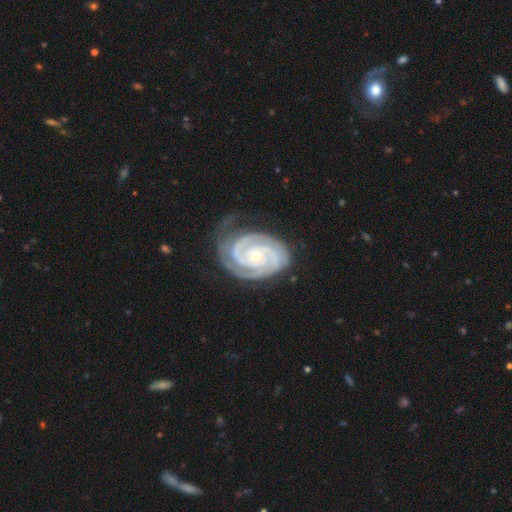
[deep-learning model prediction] featured or disk 93%, star or artifact 4%, smooth 3%. Down the decision tree: edge-on disk — no (98%); bar — no (67%); spiral arms — yes (99%); spiral arm count — 2 (42%); spiral winding — tight (79%); bulge size — small (74%); merging — none (68%).